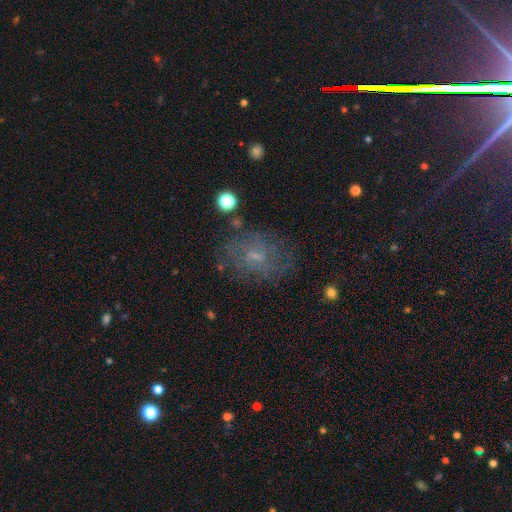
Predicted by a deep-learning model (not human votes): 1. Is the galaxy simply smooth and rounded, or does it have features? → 45% featured or disk, 38% smooth, 17% star or artifact.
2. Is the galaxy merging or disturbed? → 69% none, 18% minor disturbance, 10% major disturbance, 2% merger.